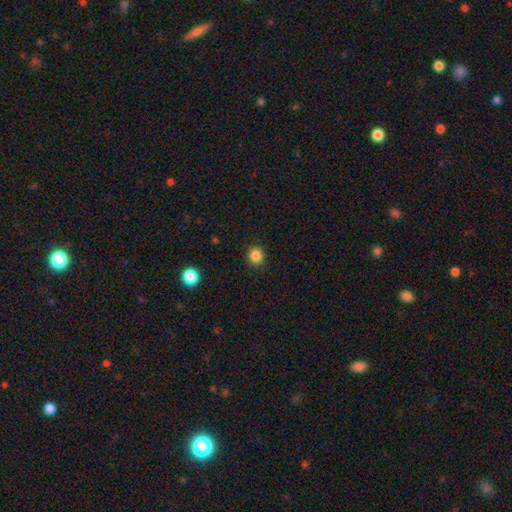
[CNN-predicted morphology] type=smooth (85%); roundness=round (84%); merging=none (91%).